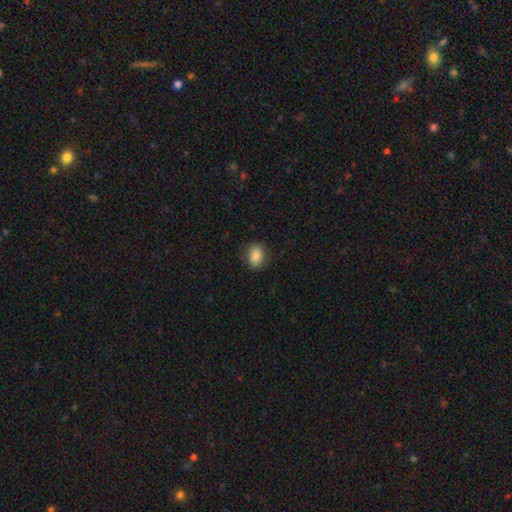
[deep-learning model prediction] Q: Smooth or featured?
A: smooth (85%); runner-up: star or artifact (8%)
Q: How rounded?
A: in between (67%); runner-up: round (32%)
Q: Merging?
A: none (83%); runner-up: minor disturbance (12%)